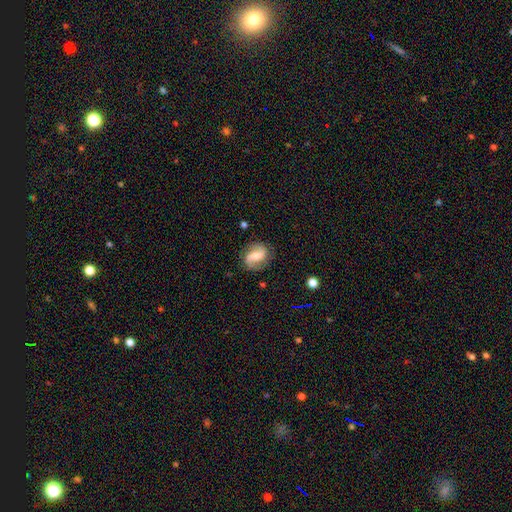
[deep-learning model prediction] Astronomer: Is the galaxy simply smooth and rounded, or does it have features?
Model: featured or disk — 78%.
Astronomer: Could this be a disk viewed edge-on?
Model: no — 98%.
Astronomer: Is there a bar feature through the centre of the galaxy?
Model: weak — 43% (runner-up: no, 34%).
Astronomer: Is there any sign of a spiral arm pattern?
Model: yes — 95%.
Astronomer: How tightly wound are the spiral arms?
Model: loose — 46% (runner-up: medium, 39%).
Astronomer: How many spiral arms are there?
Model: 2 — 91%.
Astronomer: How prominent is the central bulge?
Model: moderate — 43% (runner-up: small, 40%).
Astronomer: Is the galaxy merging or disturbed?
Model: none — 81%.